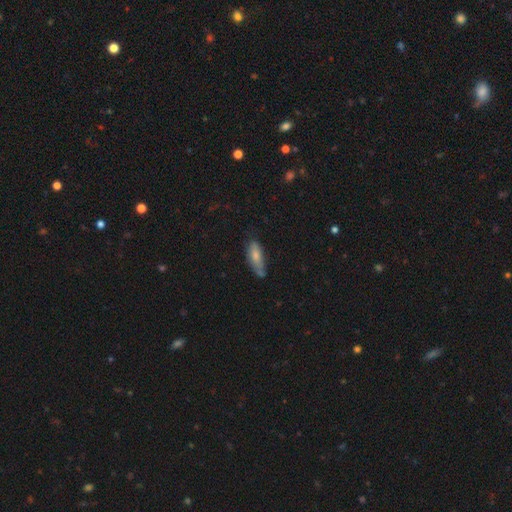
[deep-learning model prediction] A smooth galaxy with no disk features (72%) that is in between round and cigar-shaped (65%).

Vote fractions:
- Smooth or featured? smooth: 72% / featured or disk: 21% / star or artifact: 7%
- How rounded? in between: 65% / cigar-shaped: 33% / round: 2%
- Merging? none: 50% / minor disturbance: 35% / major disturbance: 10% / merger: 5%